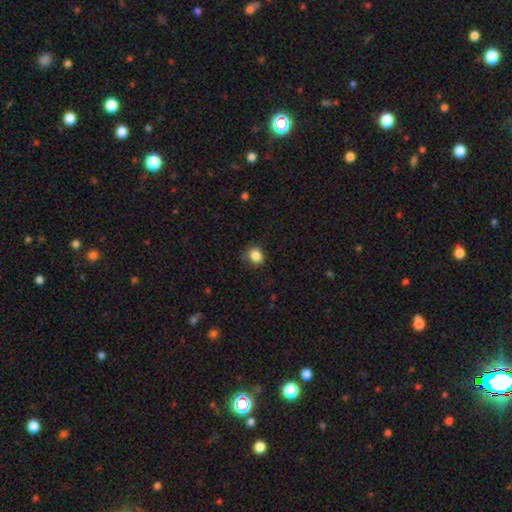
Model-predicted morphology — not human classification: Q: Smooth or featured?
A: smooth (85%); runner-up: star or artifact (10%)
Q: How rounded?
A: round (60%); runner-up: in between (39%)
Q: Merging?
A: none (71%); runner-up: minor disturbance (22%)